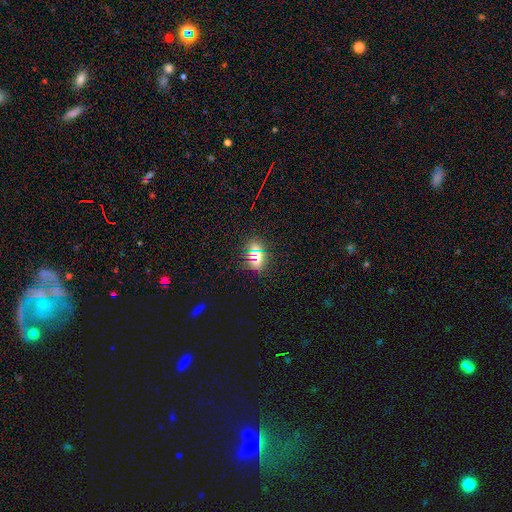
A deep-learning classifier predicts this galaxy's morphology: This is possibly a smooth galaxy (51%). How rounded: possibly round (56%). Merging: clearly none (80%).